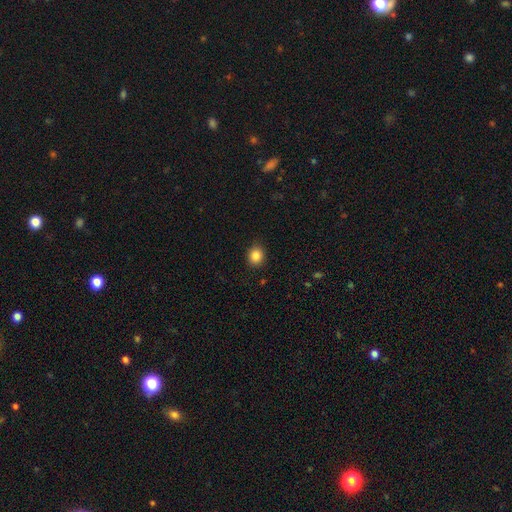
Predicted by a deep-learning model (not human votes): This is clearly a smooth galaxy (85%). How rounded: likely round (72%). Merging: clearly none (89%).